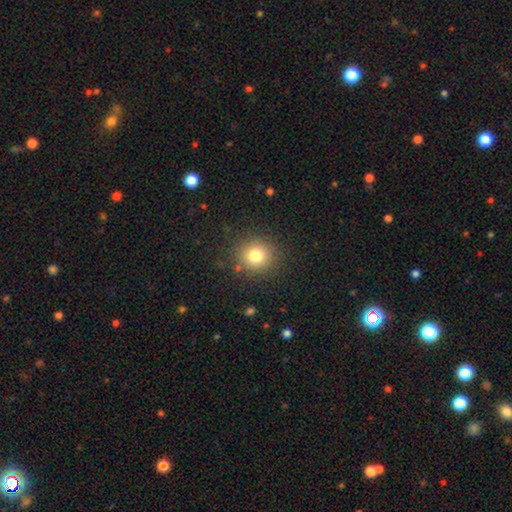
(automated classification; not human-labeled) This is likely a smooth galaxy (79%). How rounded: clearly round (89%). Merging: clearly none (88%).